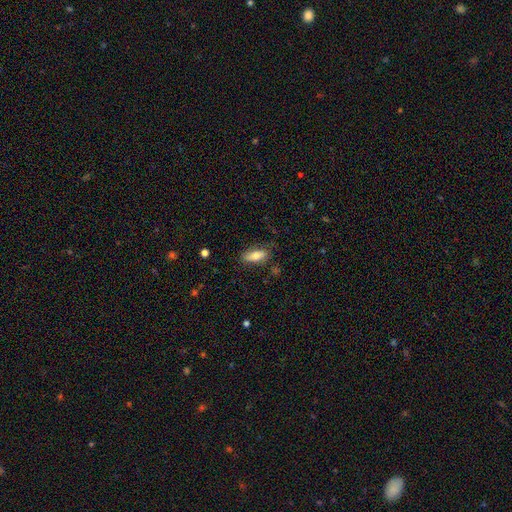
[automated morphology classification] type=smooth (74%); roundness=in between (77%); merging=none (76%).